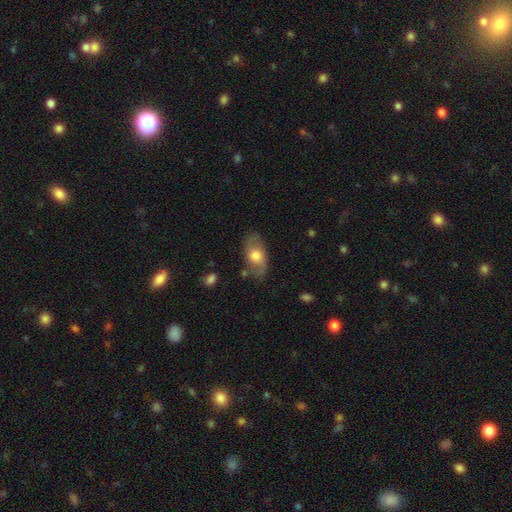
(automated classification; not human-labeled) Q: Smooth or featured?
A: smooth (57%); runner-up: featured or disk (37%)
Q: How rounded?
A: in between (89%); runner-up: round (8%)
Q: Merging?
A: none (71%); runner-up: minor disturbance (20%)